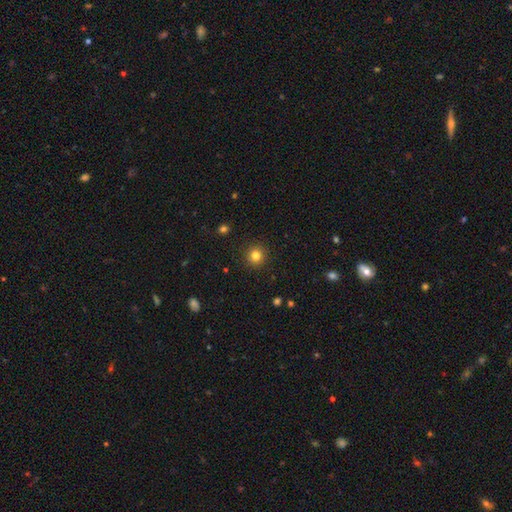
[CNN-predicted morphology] smooth 81%, star or artifact 13%, featured or disk 6%. Down the decision tree: how rounded — round (94%); merging — none (92%).